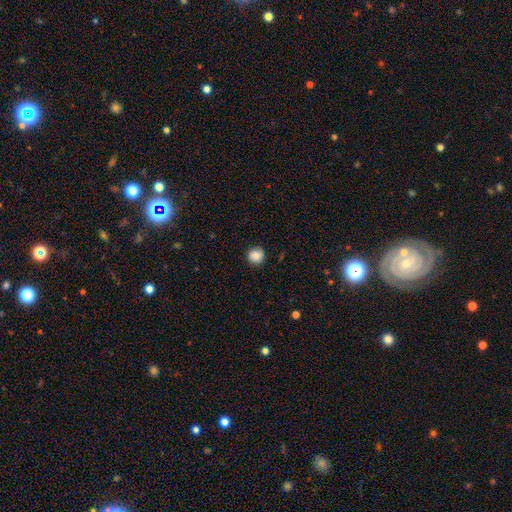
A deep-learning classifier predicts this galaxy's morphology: The model was most divided on "smooth or featured": smooth: 87%, star or artifact: 9%, featured or disk: 4%. More confident: how rounded — round (94%); merging — none (91%).